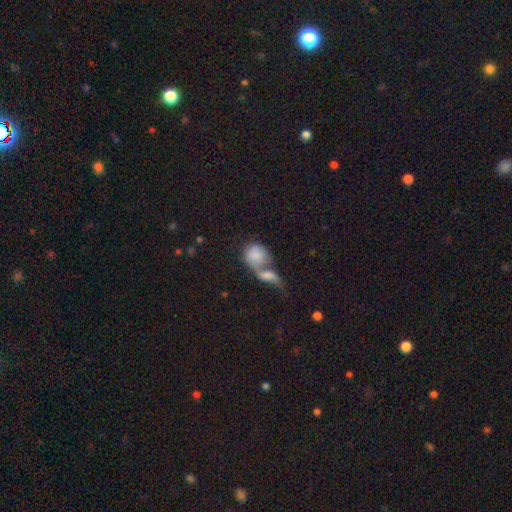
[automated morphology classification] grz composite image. It shows a smooth galaxy with no disk features (68%) that is in between round and cigar-shaped (51%). Merging: merger (74%).